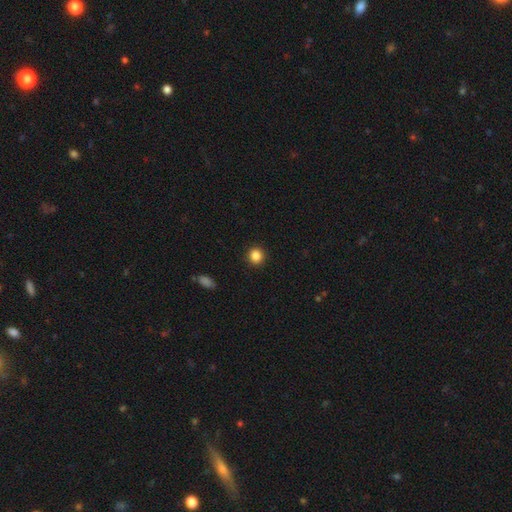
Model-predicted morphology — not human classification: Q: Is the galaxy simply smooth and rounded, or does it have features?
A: smooth — 86%.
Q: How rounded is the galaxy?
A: round — 90%.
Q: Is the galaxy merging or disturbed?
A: none — 92%.